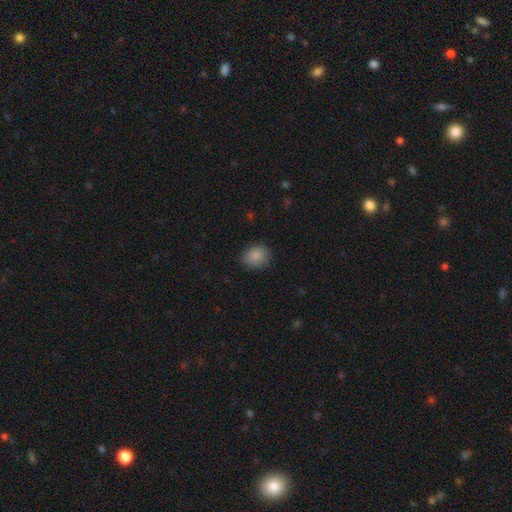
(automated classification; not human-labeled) Smooth or featured?
  - smooth: 87% *
  - star or artifact: 8%
  - featured or disk: 4%
How rounded?
  - round: 55% *
  - in between: 44%
  - cigar-shaped: 1%
Merging?
  - none: 84% *
  - minor disturbance: 12%
  - major disturbance: 3%
  - merger: 1%